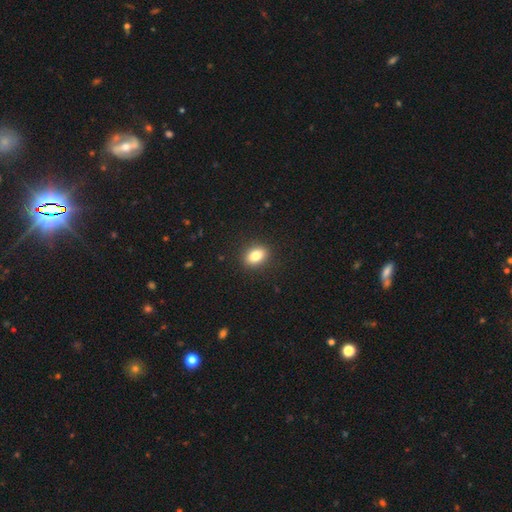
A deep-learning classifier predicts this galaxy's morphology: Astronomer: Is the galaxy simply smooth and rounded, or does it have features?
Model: smooth — 83%.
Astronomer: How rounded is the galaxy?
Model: in between — 72%.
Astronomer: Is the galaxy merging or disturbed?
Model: none — 90%.